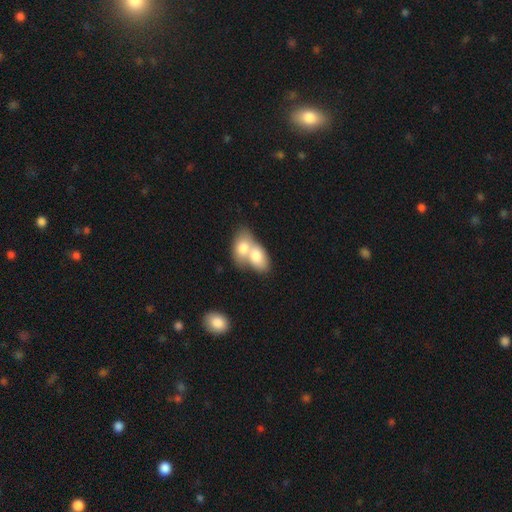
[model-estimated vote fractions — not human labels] Smooth or featured? smooth (74%)
How rounded? in between (86%)
Merging? merger (79%)